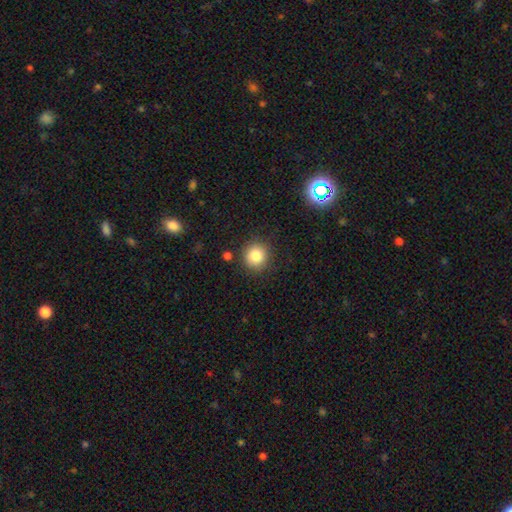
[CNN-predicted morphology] Smooth or featured? smooth (83%)
How rounded? round (92%)
Merging? none (86%)